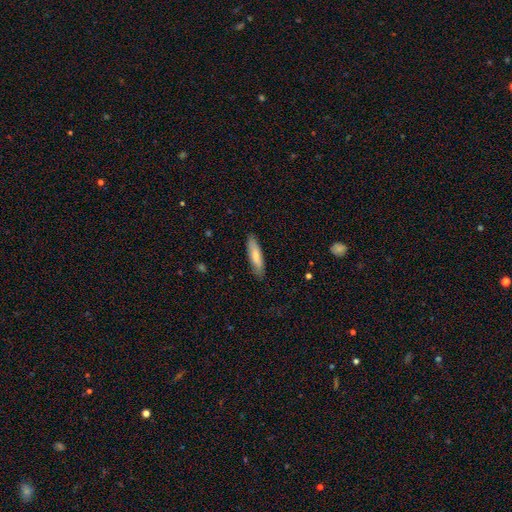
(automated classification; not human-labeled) smooth-or-featured: smooth: 76% | featured or disk: 19% | star or artifact: 6%
  how-rounded: cigar-shaped: 67% | in between: 31% | round: 1%
  merging: none: 85% | minor disturbance: 12% | major disturbance: 2% | merger: 1%